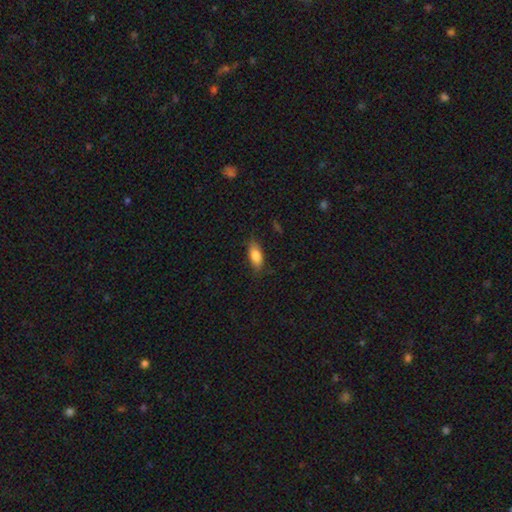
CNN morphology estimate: The model was most divided on "merging": none: 81%, minor disturbance: 15%, major disturbance: 3%, merger: 1%. More confident: smooth or featured — smooth (82%); how rounded — in between (82%).